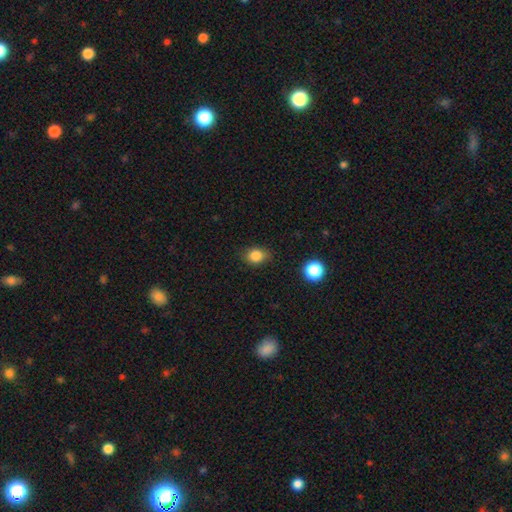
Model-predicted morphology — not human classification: Smooth or featured? smooth (84%)
How rounded? in between (51%)
Merging? none (79%)